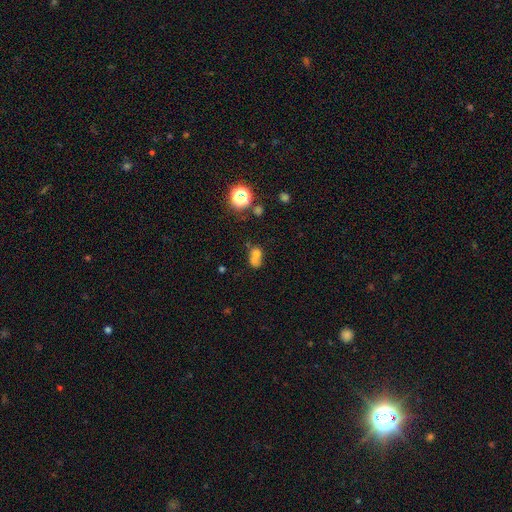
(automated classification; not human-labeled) The model was most divided on "how rounded": round: 53%, in between: 45%, cigar-shaped: 2%. More confident: smooth or featured — smooth (62%); merging — merger (56%).